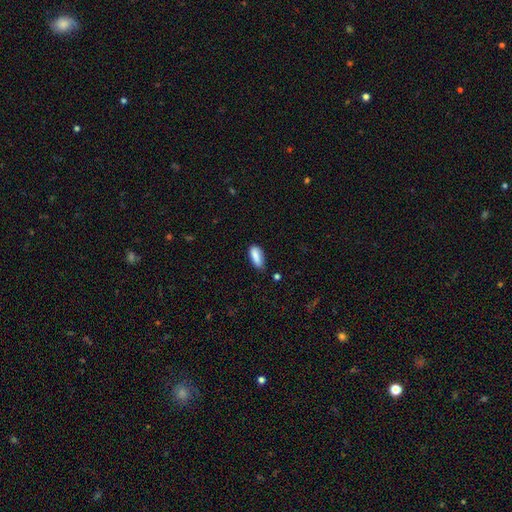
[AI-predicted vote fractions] smooth-or-featured: smooth: 85% | star or artifact: 8% | featured or disk: 7%
  how-rounded: in between: 74% | cigar-shaped: 24% | round: 2%
  merging: none: 64% | minor disturbance: 27% | major disturbance: 5% | merger: 4%